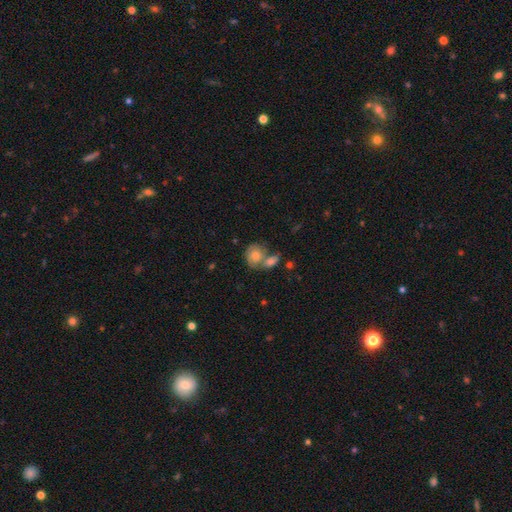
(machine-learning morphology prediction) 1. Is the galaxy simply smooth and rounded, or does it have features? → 62% smooth, 29% featured or disk, 10% star or artifact.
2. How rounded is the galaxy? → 68% round, 31% in between, 2% cigar-shaped.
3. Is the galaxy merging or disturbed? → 45% merger, 36% none, 12% minor disturbance, 6% major disturbance.